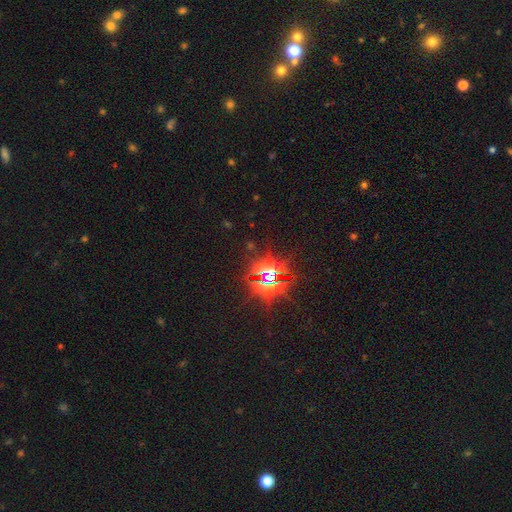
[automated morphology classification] Overall: star or artifact (85%).